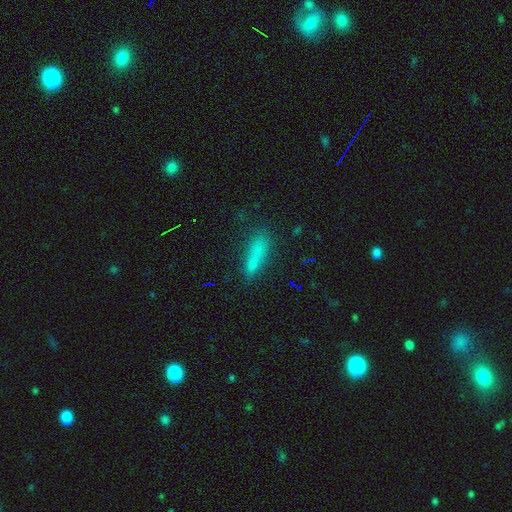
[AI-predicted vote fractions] A smooth galaxy with no disk features (73%) that is cigar-shaped (73%).

Vote fractions:
- Smooth or featured? smooth: 73% / star or artifact: 14% / featured or disk: 13%
- How rounded? cigar-shaped: 73% / in between: 25% / round: 3%
- Merging? none: 68% / minor disturbance: 18% / major disturbance: 8% / merger: 6%